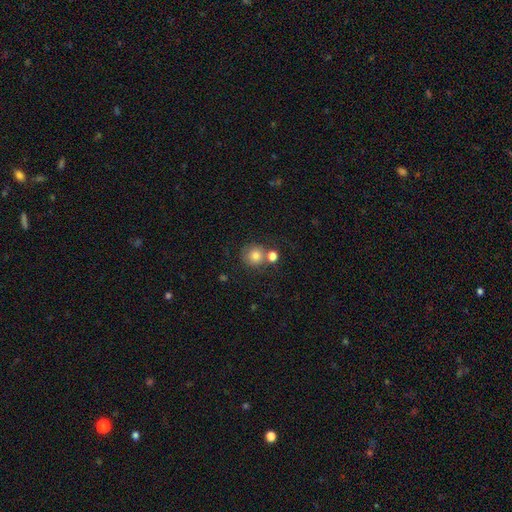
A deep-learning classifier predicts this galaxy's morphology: The model was most divided on "merging": none: 59%, merger: 25%, minor disturbance: 11%, major disturbance: 4%. More confident: how rounded — round (89%); smooth or featured — smooth (79%).